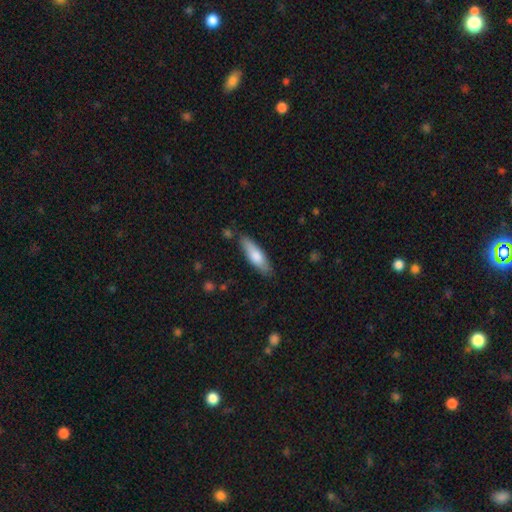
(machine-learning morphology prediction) Overall: smooth (72%). How rounded: cigar-shaped (56%; in between 42%). Merging: none (82%).